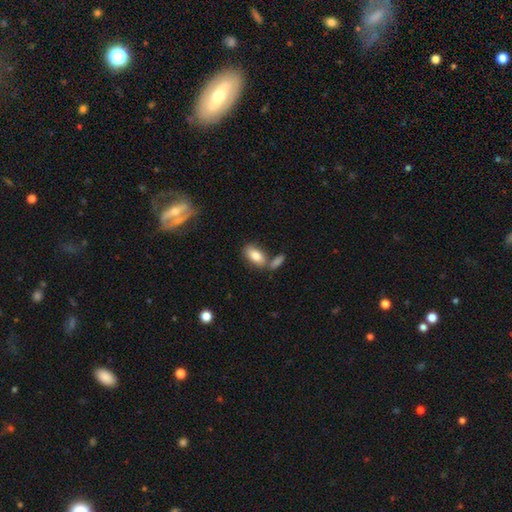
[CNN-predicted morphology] A smooth galaxy with no disk features (82%) that is in between round and cigar-shaped (91%). Merging: none (58%).